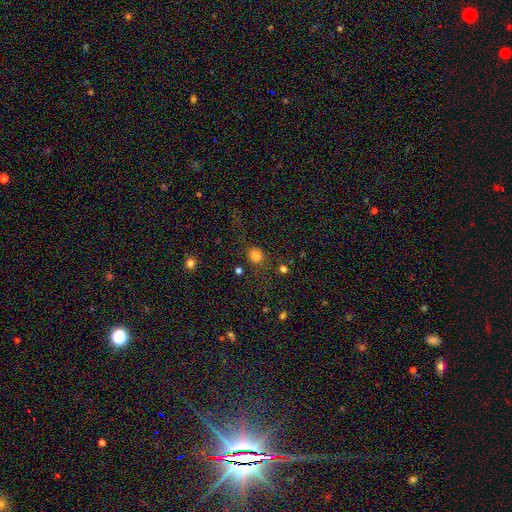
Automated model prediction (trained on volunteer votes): Morphology: type=smooth (78%); roundness=round (75%); merging=none (71%).